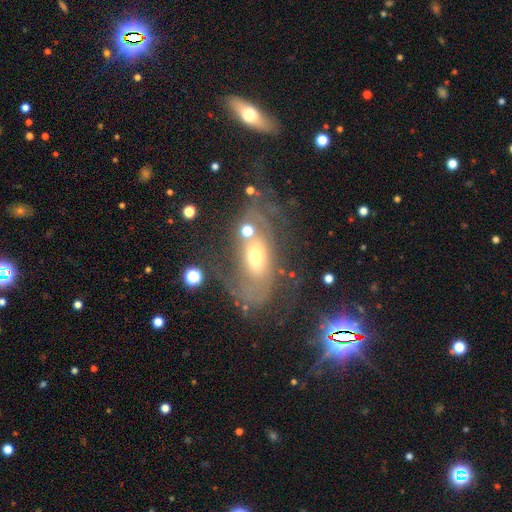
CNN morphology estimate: Smooth or featured? Predicted: featured or disk (p=0.72). Edge-on disk? Predicted: no (p=0.92). Bar? Predicted: no (p=0.67). Spiral arms? Predicted: yes (p=0.80). Spiral winding? Predicted: tight (p=0.41). Spiral arm count? Predicted: 2 (p=0.39). Bulge size? Predicted: moderate (p=0.61). Merging? Predicted: none (p=0.50).